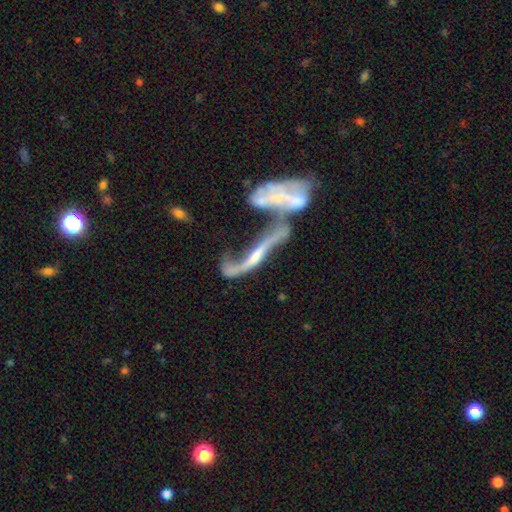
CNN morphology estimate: This is likely a featured or disk galaxy (75%). It is likely not viewed edge-on (63%). Merging: likely merger (61%).